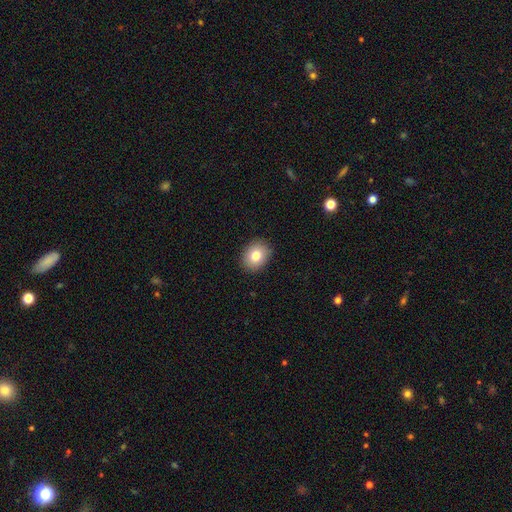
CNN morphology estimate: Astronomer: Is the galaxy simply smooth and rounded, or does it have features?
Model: smooth — 79%.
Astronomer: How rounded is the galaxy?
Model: round — 57% (runner-up: in between, 42%).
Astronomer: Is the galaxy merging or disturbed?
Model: none — 89%.